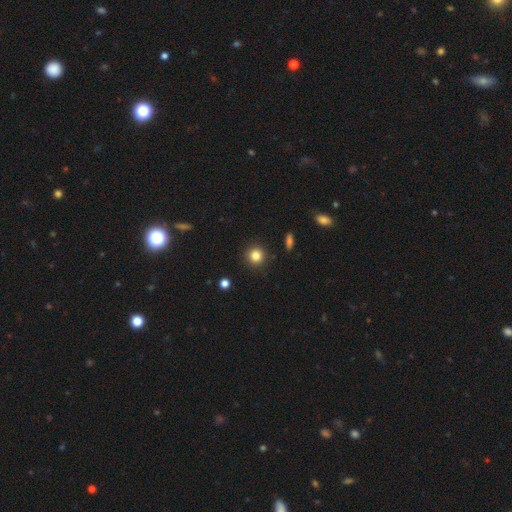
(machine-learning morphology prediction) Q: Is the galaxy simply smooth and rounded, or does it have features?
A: smooth — 83%.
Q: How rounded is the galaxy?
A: round — 93%.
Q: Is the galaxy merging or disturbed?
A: none — 91%.